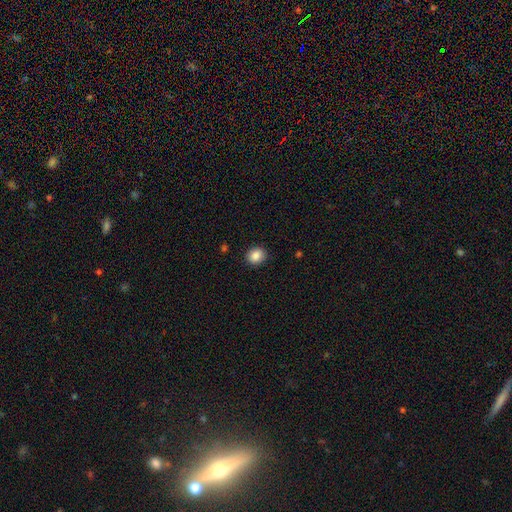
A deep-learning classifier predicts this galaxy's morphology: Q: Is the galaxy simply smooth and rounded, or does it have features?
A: smooth — 88%.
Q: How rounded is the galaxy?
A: round — 70%.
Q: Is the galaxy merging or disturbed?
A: none — 90%.